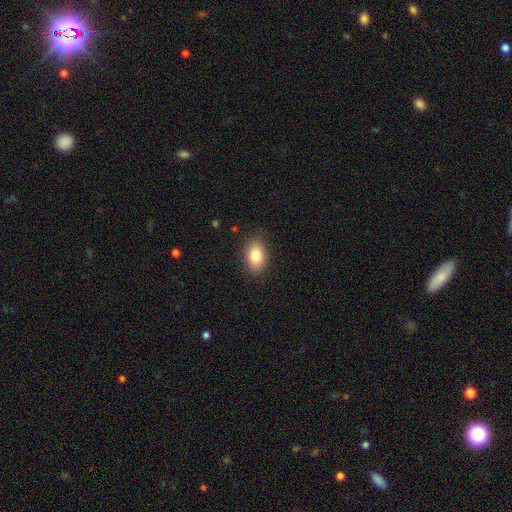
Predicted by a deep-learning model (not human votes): Smooth or featured: smooth — 82% (featured or disk — 9%)
How rounded: in between — 86% (round — 12%)
Merging: none — 86% (minor disturbance — 10%)